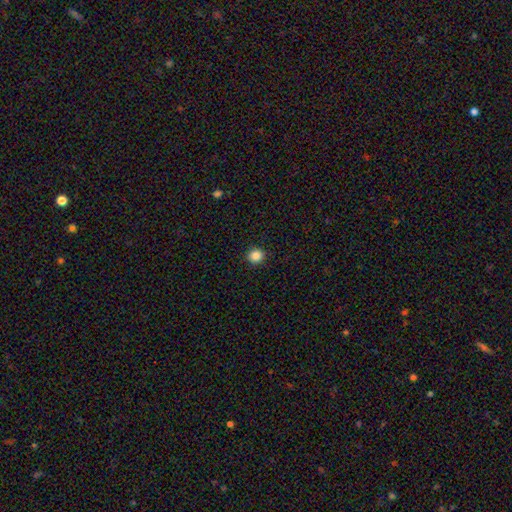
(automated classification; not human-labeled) Morphology: type=smooth (86%); roundness=round (91%); merging=none (92%).